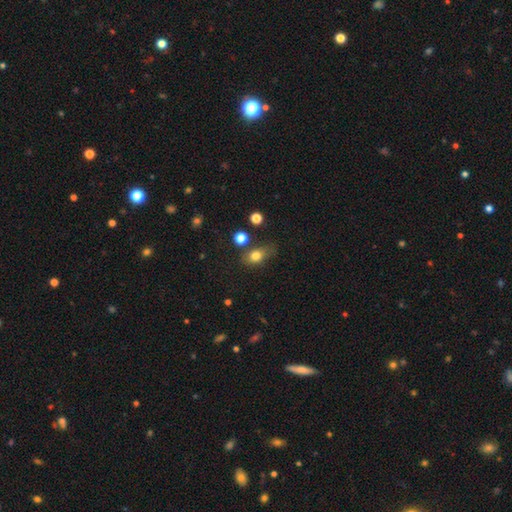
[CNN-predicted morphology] The model was most divided on "merging": none: 56%, minor disturbance: 27%, major disturbance: 10%, merger: 7%. More confident: smooth or featured — smooth (79%); how rounded — in between (65%).